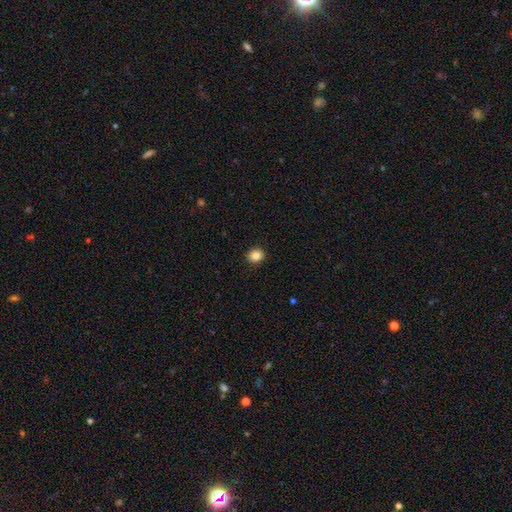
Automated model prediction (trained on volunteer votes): Smooth or featured? Predicted: smooth (p=0.86). How rounded? Predicted: round (p=0.75). Merging? Predicted: none (p=0.92).